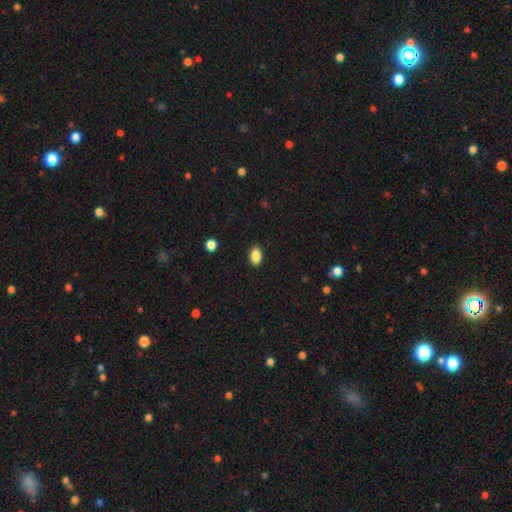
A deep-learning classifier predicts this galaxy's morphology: This is clearly a smooth galaxy (87%). How rounded: clearly in between (84%). Merging: clearly none (89%).